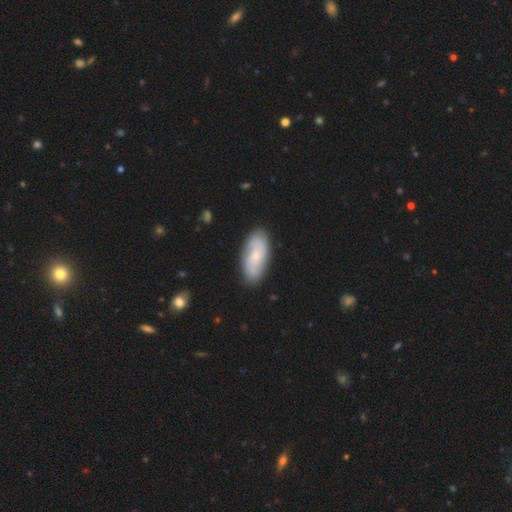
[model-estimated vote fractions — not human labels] This is possibly a smooth galaxy (51%). How rounded: clearly in between (86%). Merging: clearly none (83%).